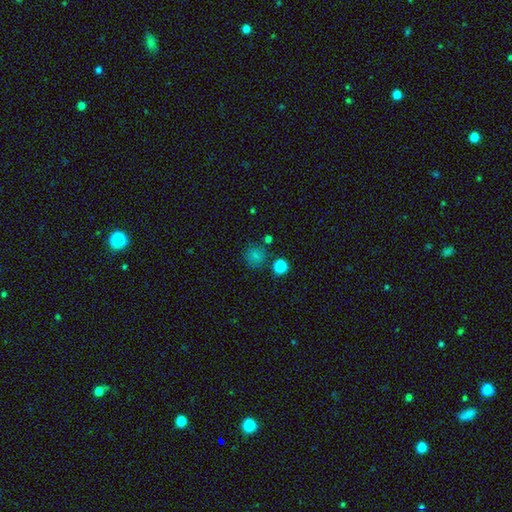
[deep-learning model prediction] Smooth or featured? Predicted: smooth (p=0.78). How rounded? Predicted: round (p=0.87). Merging? Predicted: none (p=0.73).